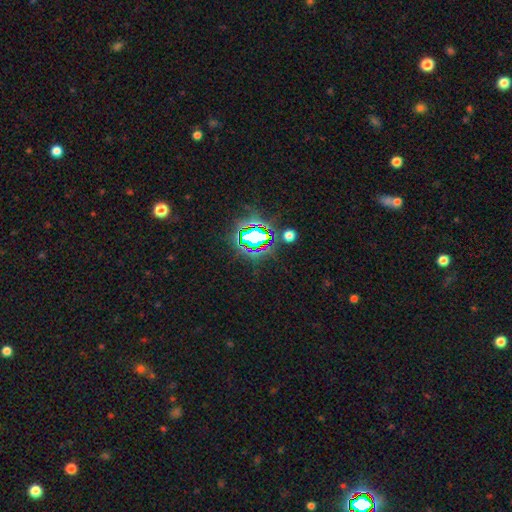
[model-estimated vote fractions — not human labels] smooth_or_featured: star or artifact (p=0.80) [alt: smooth p=0.12]